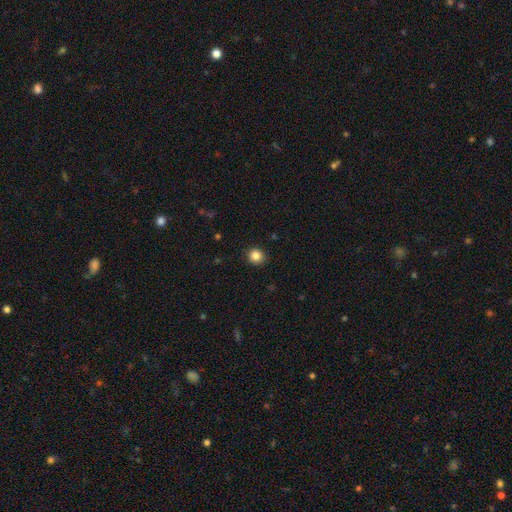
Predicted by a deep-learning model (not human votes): Morphology: type=smooth (85%); roundness=round (88%); merging=none (91%).